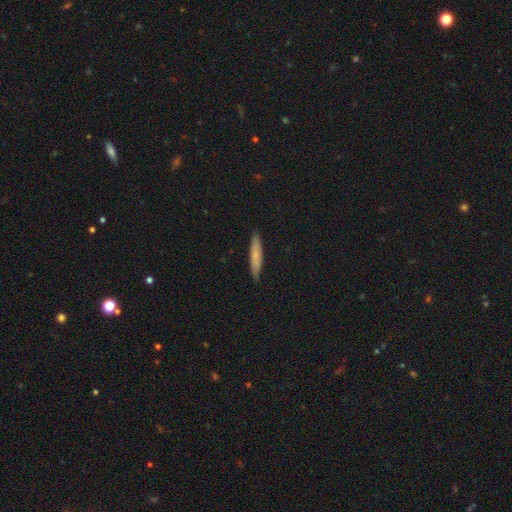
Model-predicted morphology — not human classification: type=smooth (69%); roundness=cigar-shaped (92%); merging=none (89%).